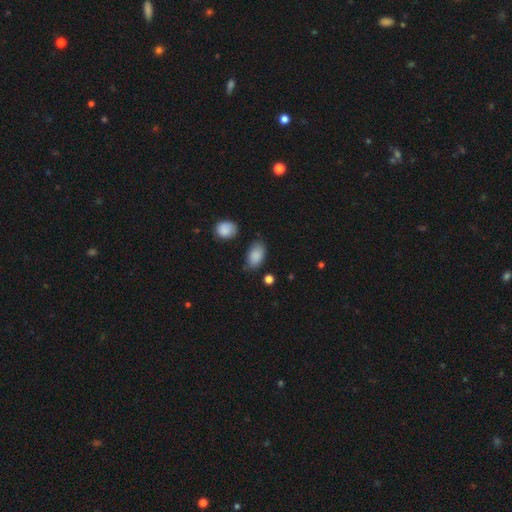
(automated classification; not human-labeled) A smooth galaxy with no disk features (88%) that is in between round and cigar-shaped (92%). Merging: none (73%).